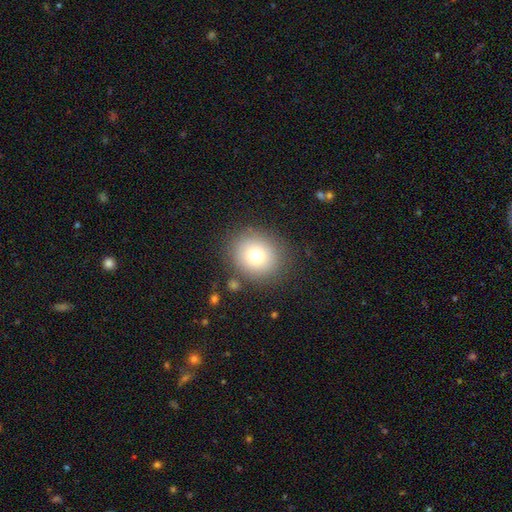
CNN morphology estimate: smooth_or_featured: smooth (p=0.74) [alt: star or artifact p=0.13]
how_rounded: round (p=0.80) [alt: in between p=0.19]
merging: none (p=0.84) [alt: minor disturbance p=0.09]